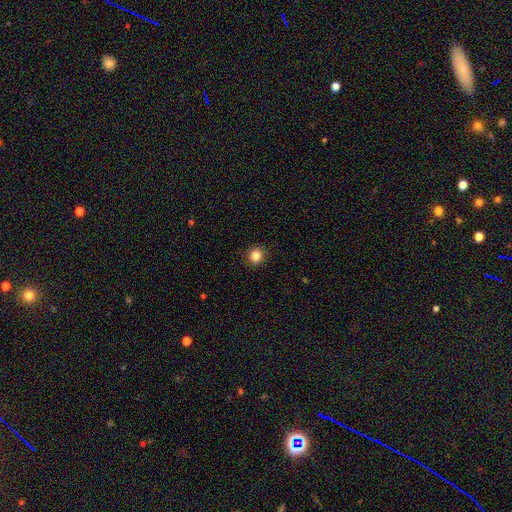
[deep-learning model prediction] smooth 84%, star or artifact 11%, featured or disk 5%. Down the decision tree: how rounded — round (87%); merging — none (90%).